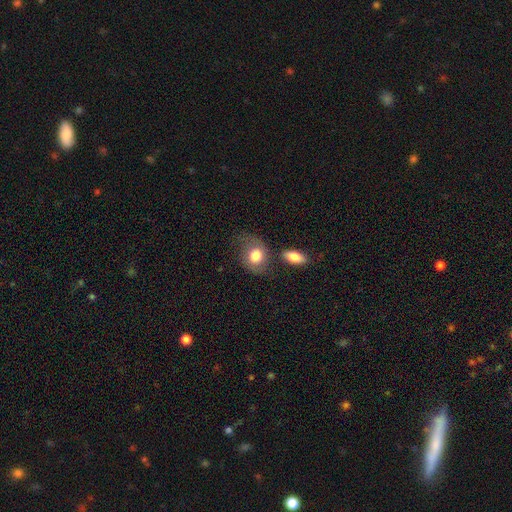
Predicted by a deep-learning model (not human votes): Smooth or featured: smooth — 68% (featured or disk — 26%)
How rounded: in between — 53% (round — 45%)
Merging: none — 52% (minor disturbance — 23%)